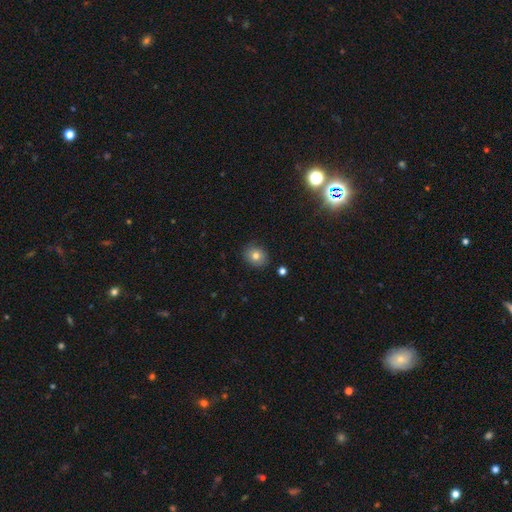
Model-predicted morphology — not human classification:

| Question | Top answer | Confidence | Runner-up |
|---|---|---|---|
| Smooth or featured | smooth | 77% | featured or disk (12%) |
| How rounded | round | 65% | in between (34%) |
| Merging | none | 86% | minor disturbance (10%) |